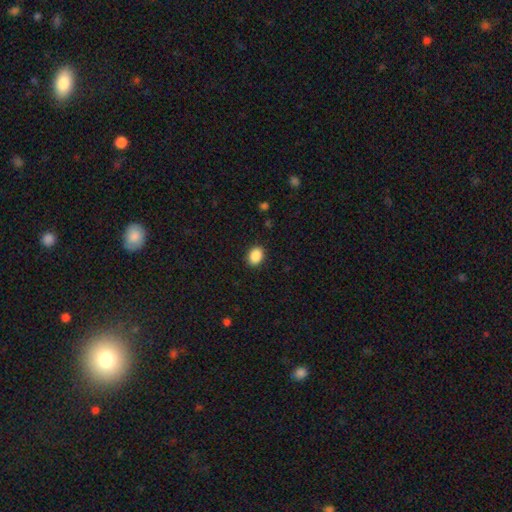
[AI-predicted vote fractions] Morphology: type=smooth (89%); roundness=in between (62%); merging=none (90%).